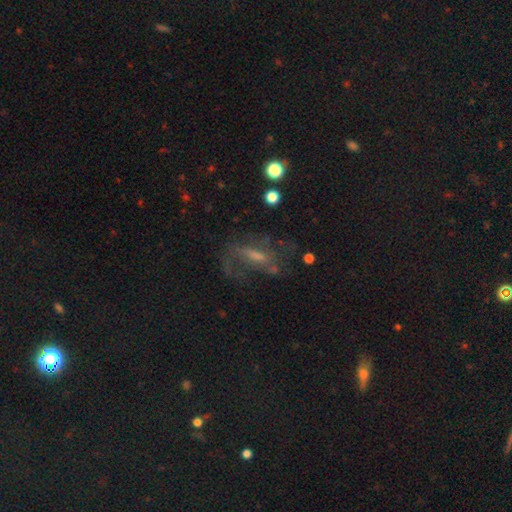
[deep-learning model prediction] Smooth or featured? Predicted: featured or disk (p=0.59). Edge-on disk? Predicted: no (p=0.87). Bar? Predicted: weak (p=0.43). Spiral arms? Predicted: yes (p=0.62). Bulge size? Predicted: moderate (p=0.34, tied with small). Merging? Predicted: none (p=0.46).